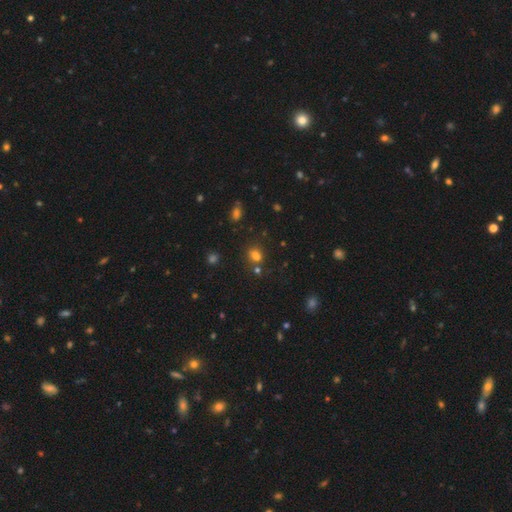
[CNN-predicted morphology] Smooth or featured? Predicted: smooth (p=0.71). How rounded? Predicted: in between (p=0.52). Merging? Predicted: none (p=0.63).